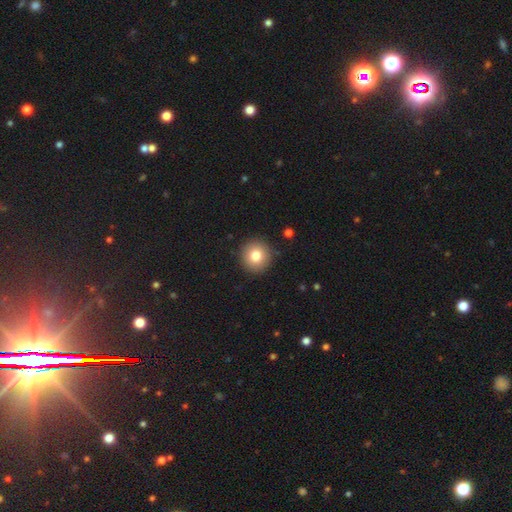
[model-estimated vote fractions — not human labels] Overall: smooth (80%). How rounded: round (94%). Merging: none (91%).